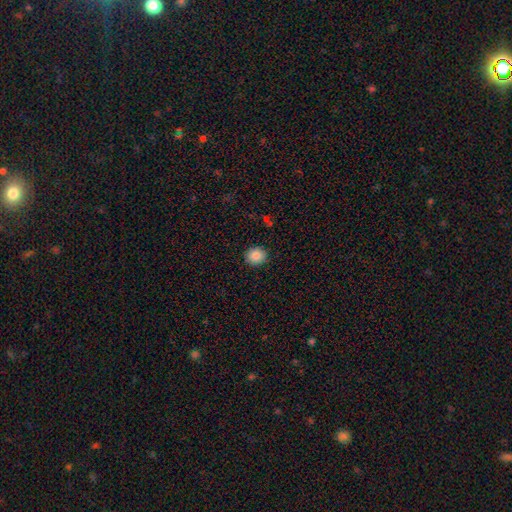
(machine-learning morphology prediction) Smooth or featured?
  - smooth: 86% *
  - star or artifact: 9%
  - featured or disk: 4%
How rounded?
  - round: 80% *
  - in between: 19%
  - cigar-shaped: 1%
Merging?
  - none: 91% *
  - minor disturbance: 6%
  - major disturbance: 2%
  - merger: 1%